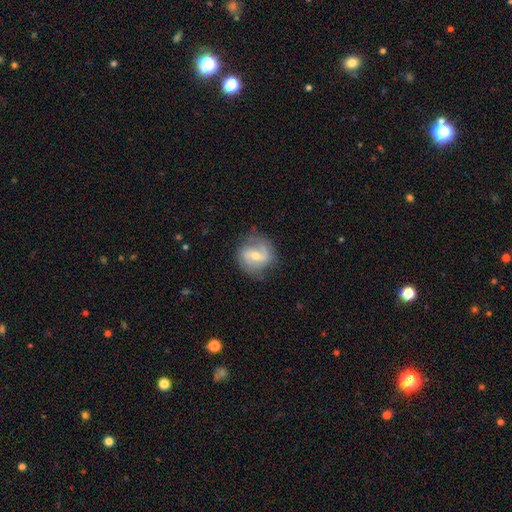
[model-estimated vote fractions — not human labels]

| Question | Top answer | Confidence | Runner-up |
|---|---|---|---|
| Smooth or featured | featured or disk | 76% | smooth (18%) |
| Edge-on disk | no | 98% | yes (2%) |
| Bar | weak | 53% | strong (25%) |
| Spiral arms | yes | 92% | no (8%) |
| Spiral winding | medium | 47% | loose (29%) |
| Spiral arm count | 2 | 85% | can't tell (7%) |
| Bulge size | moderate | 54% | small (42%) |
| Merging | none | 77% | minor disturbance (16%) |